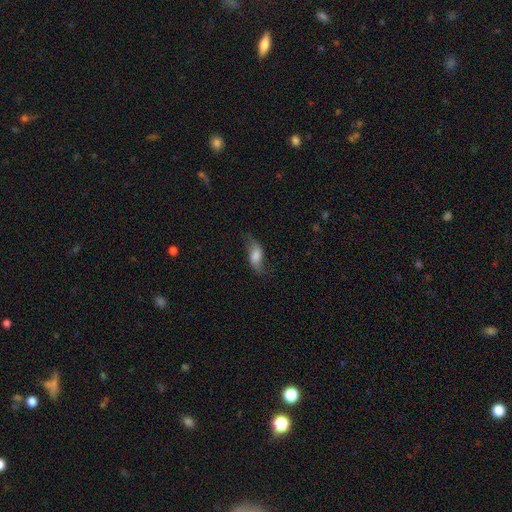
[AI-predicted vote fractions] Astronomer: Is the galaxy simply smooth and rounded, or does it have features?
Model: smooth — 50% (runner-up: featured or disk, 41%).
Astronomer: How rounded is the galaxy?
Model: in between — 80%.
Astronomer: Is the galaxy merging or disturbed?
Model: none — 63%.